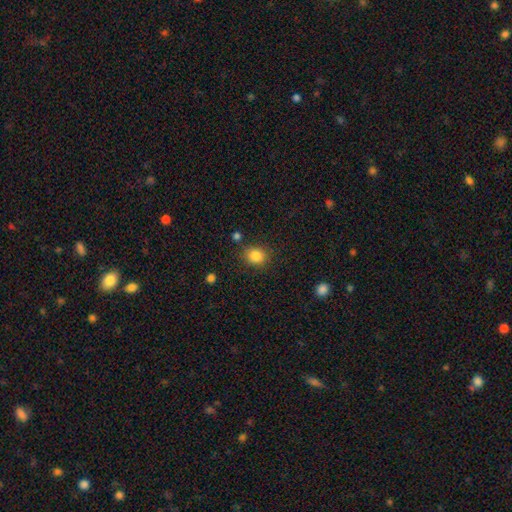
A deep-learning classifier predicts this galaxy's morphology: Smooth or featured?
  - smooth: 84% *
  - star or artifact: 11%
  - featured or disk: 5%
How rounded?
  - round: 71% *
  - in between: 28%
  - cigar-shaped: 1%
Merging?
  - none: 82% *
  - minor disturbance: 11%
  - merger: 4%
  - major disturbance: 3%